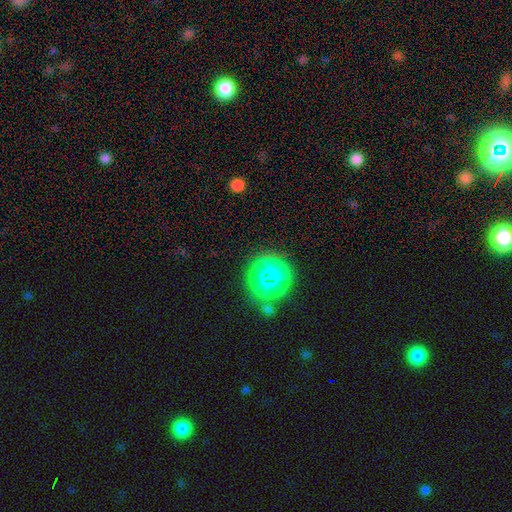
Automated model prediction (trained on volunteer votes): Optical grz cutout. It shows a star or artifact, not a galaxy (67%).